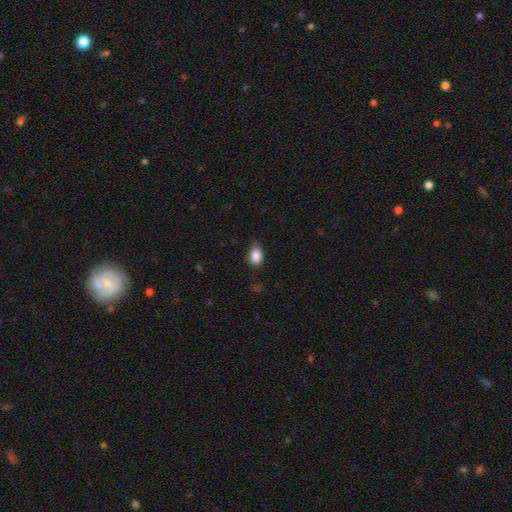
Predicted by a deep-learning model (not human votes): Smooth or featured? Predicted: smooth (p=0.87). How rounded? Predicted: in between (p=0.66). Merging? Predicted: none (p=0.74).